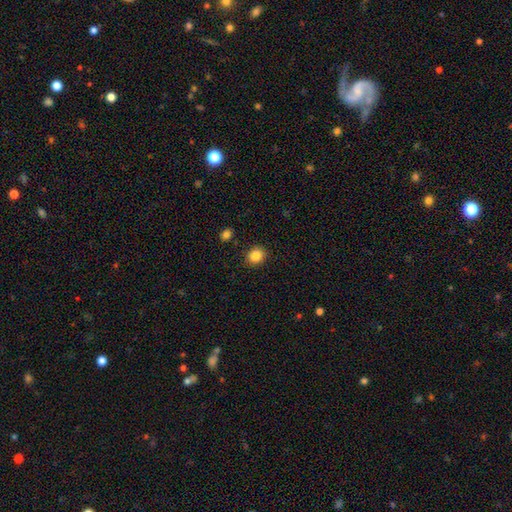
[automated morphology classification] Q: Smooth or featured?
A: smooth (86%); runner-up: star or artifact (10%)
Q: How rounded?
A: round (77%); runner-up: in between (23%)
Q: Merging?
A: none (89%); runner-up: minor disturbance (7%)